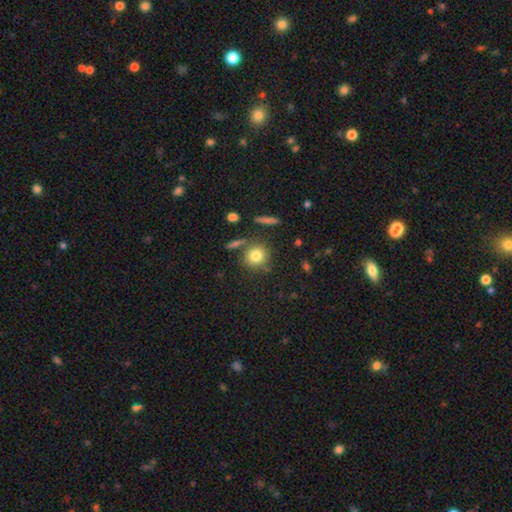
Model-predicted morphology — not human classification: This is likely a smooth galaxy (79%). How rounded: clearly round (88%). Merging: likely none (76%).